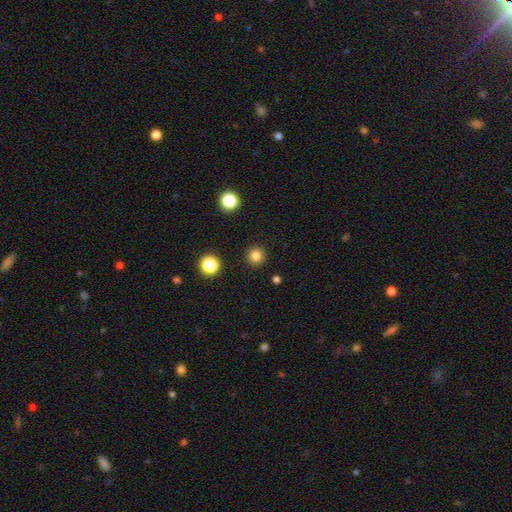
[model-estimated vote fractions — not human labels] A smooth galaxy with no disk features (82%) that is round (95%).

Vote fractions:
- Smooth or featured? smooth: 82% / star or artifact: 14% / featured or disk: 4%
- How rounded? round: 95% / in between: 4% / cigar-shaped: 1%
- Merging? none: 92% / minor disturbance: 5% / major disturbance: 2% / merger: 1%